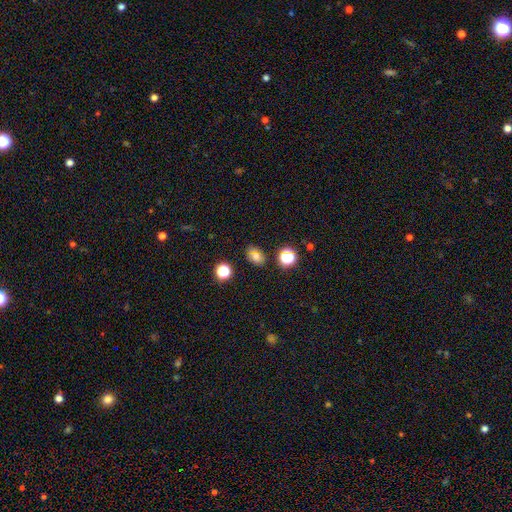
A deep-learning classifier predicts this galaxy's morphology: type=smooth (67%); roundness=in between (66%); merging=none (75%).